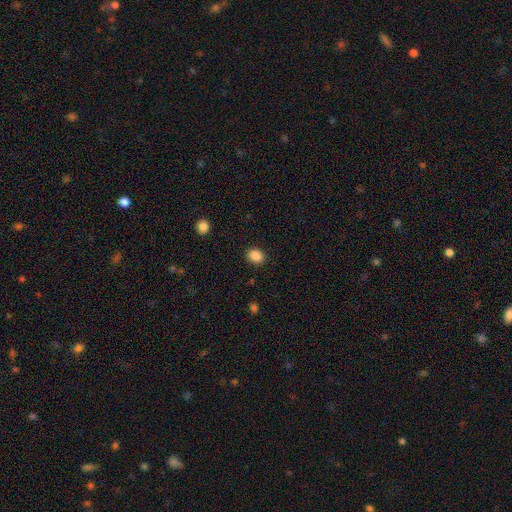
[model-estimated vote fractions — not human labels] smooth_or_featured: smooth (p=0.88) [alt: star or artifact p=0.10]
how_rounded: round (p=0.50) [alt: in between p=0.49]
merging: none (p=0.89) [alt: minor disturbance p=0.07]